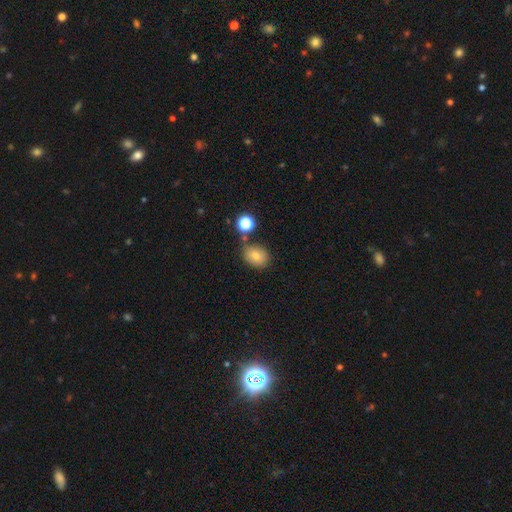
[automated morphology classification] type=smooth (75%); roundness=round (56%); merging=none (71%).